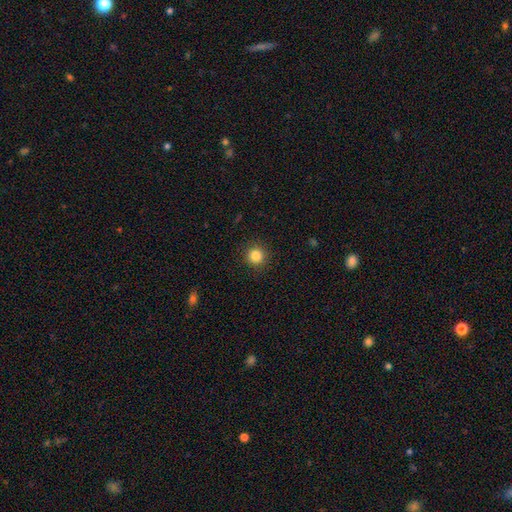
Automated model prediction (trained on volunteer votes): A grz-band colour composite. It shows a smooth galaxy with no disk features (85%) that is round (94%). Merging: none (91%).